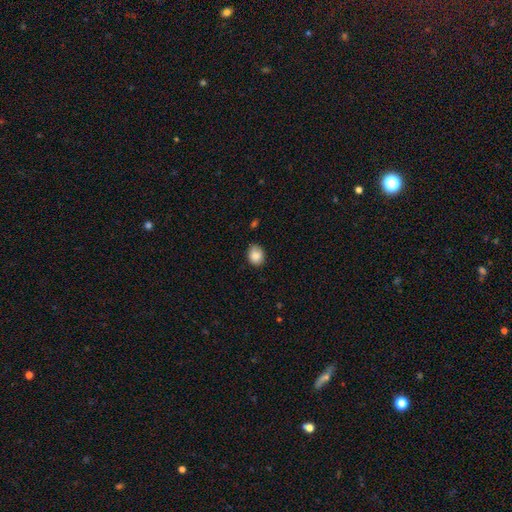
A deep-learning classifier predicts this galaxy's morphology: A smooth galaxy with no disk features (86%) that is in between round and cigar-shaped (54%). Merging: none (73%).